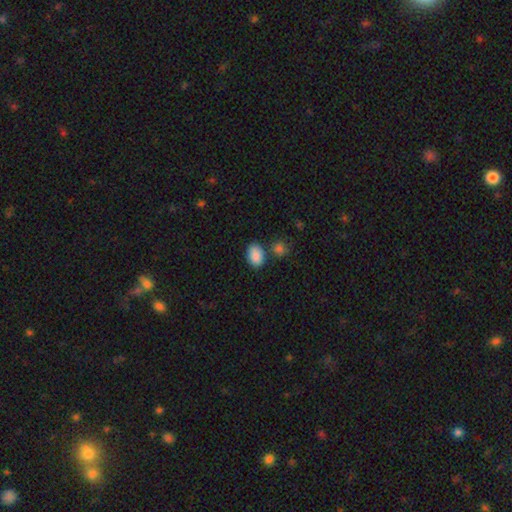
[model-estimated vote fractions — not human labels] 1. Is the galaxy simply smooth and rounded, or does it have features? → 88% smooth, 8% star or artifact, 4% featured or disk.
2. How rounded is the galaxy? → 83% in between, 16% round, 1% cigar-shaped.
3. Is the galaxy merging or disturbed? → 72% none, 14% minor disturbance, 11% merger, 4% major disturbance.